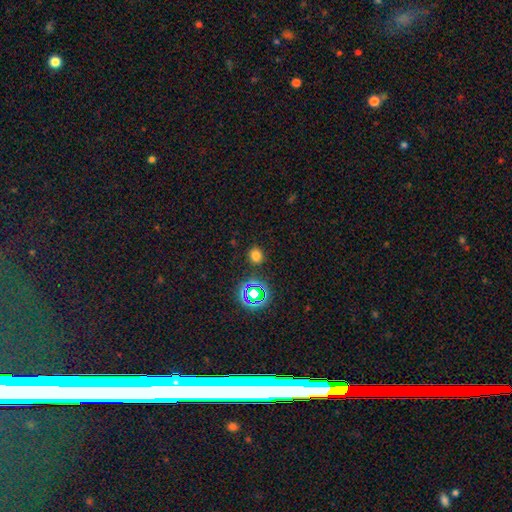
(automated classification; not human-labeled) Morphology: type=smooth (72%); roundness=round (81%); merging=none (87%).